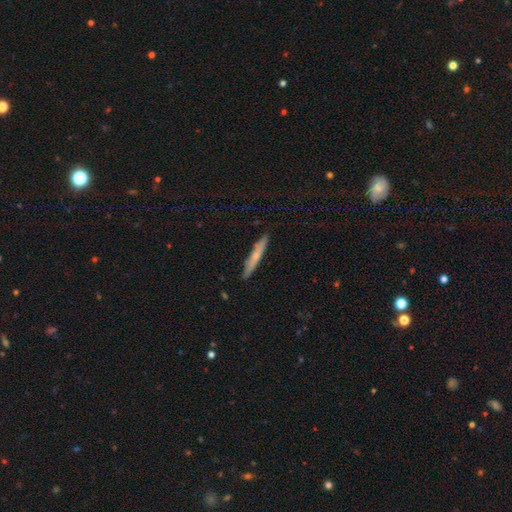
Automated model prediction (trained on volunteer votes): Smooth or featured?
  - smooth: 56% *
  - featured or disk: 38%
  - star or artifact: 6%
How rounded?
  - cigar-shaped: 95% *
  - in between: 4%
  - round: 1%
Merging?
  - none: 89% *
  - minor disturbance: 9%
  - major disturbance: 1%
  - merger: 1%